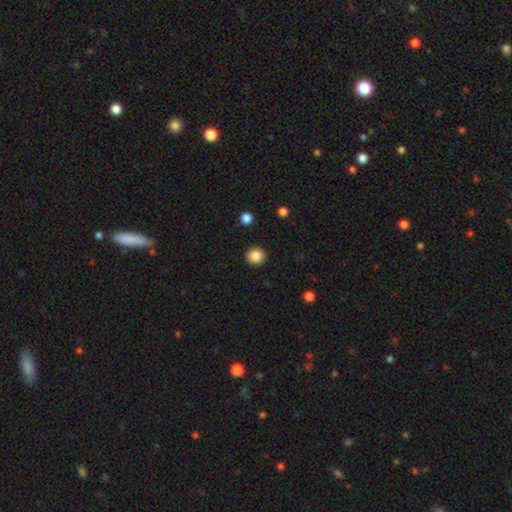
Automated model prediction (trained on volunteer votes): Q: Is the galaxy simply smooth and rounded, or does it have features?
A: smooth — 86%.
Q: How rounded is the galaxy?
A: round — 89%.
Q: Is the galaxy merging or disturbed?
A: none — 92%.